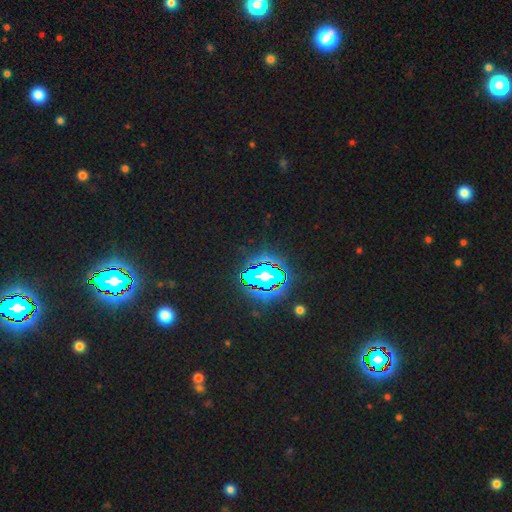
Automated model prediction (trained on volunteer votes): A star or artifact, not a galaxy (84%).